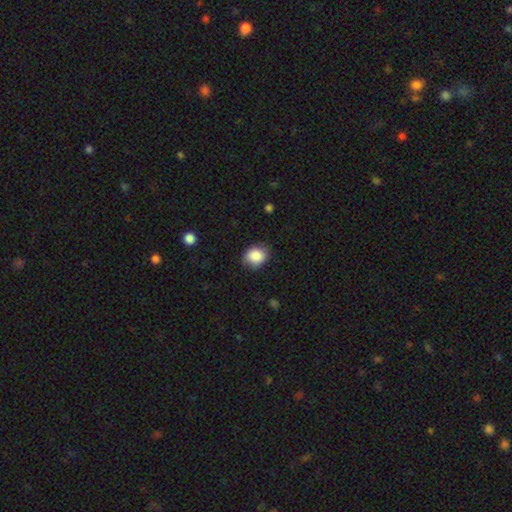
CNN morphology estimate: type=smooth (87%); roundness=round (51%); merging=none (79%).